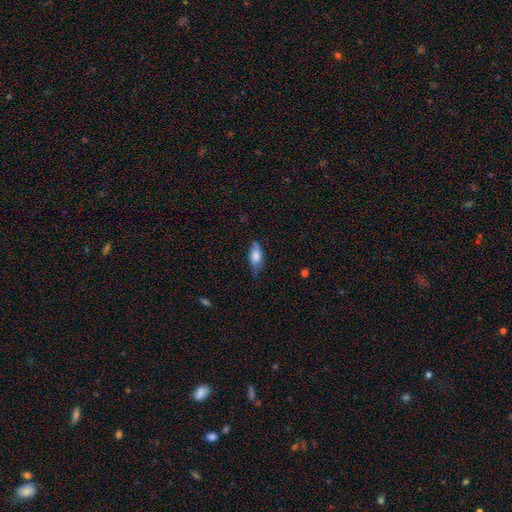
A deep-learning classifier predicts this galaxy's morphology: Smooth or featured? smooth (71%)
How rounded? in between (82%)
Merging? none (59%)